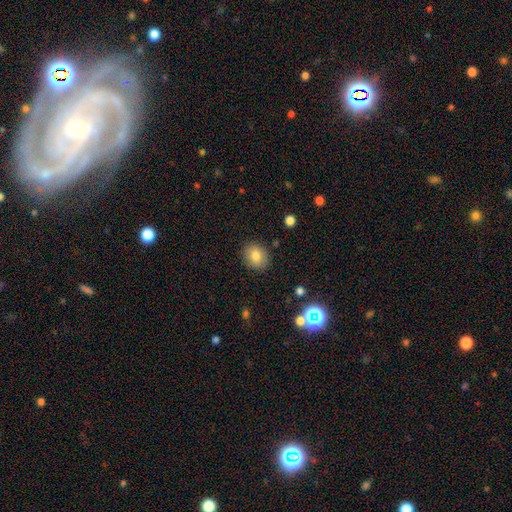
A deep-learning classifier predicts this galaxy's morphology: This appears to be a smooth galaxy with no disk features (80%) that is round (60%). Merging: none (88%).